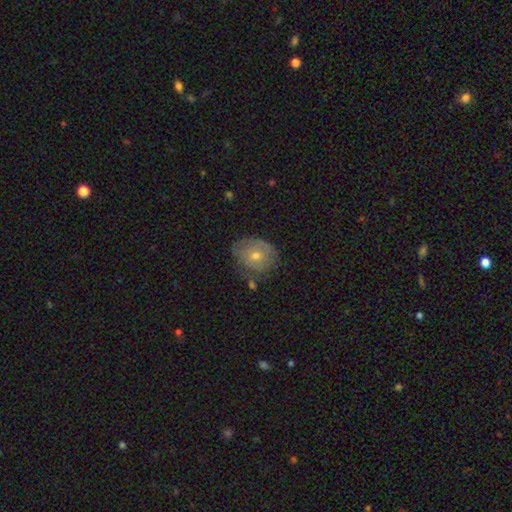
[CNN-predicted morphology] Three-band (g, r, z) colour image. It shows a smooth galaxy with no disk features (49%). Merging: none (67%).